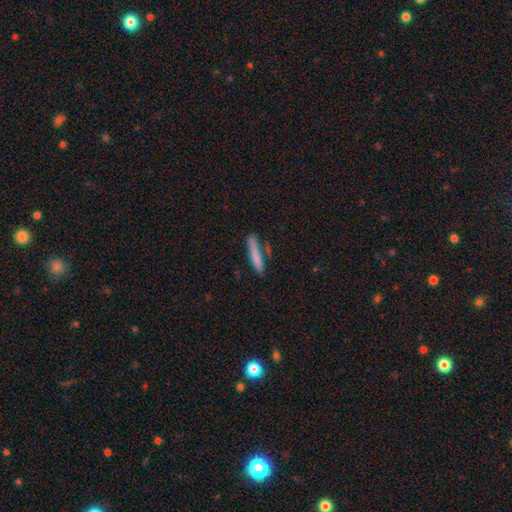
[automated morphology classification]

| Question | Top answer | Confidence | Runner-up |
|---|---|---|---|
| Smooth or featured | smooth | 78% | featured or disk (16%) |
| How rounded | cigar-shaped | 93% | in between (6%) |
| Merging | none | 76% | minor disturbance (14%) |